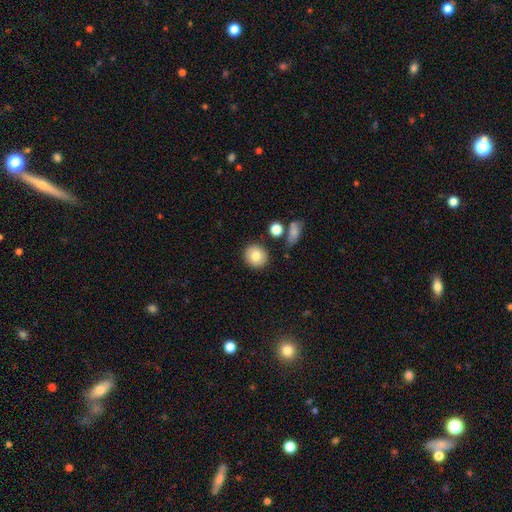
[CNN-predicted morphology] Smooth or featured: smooth — 80% (featured or disk — 11%)
How rounded: round — 88% (in between — 11%)
Merging: none — 85% (minor disturbance — 8%)